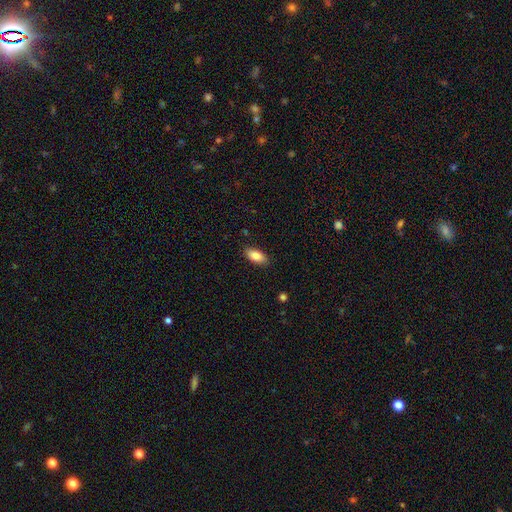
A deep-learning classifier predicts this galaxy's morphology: Q: Smooth or featured?
A: smooth (84%); runner-up: featured or disk (9%)
Q: How rounded?
A: in between (89%); runner-up: cigar-shaped (8%)
Q: Merging?
A: none (87%); runner-up: minor disturbance (10%)